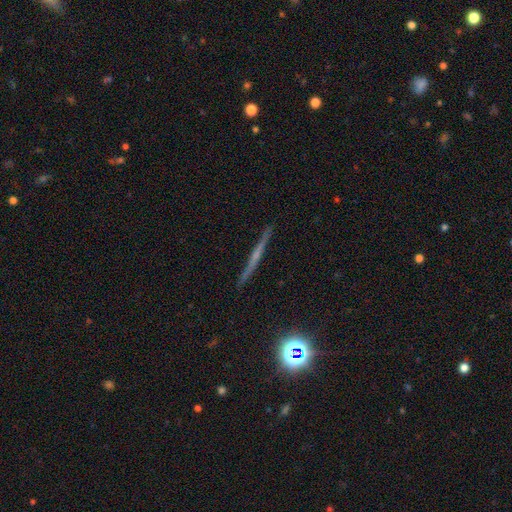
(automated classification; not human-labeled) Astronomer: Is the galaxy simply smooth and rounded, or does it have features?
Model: featured or disk — 66%.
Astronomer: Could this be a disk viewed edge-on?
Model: yes — 97%.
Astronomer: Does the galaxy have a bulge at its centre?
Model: rounded — 45% (runner-up: none, 44%).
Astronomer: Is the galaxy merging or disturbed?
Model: none — 91%.